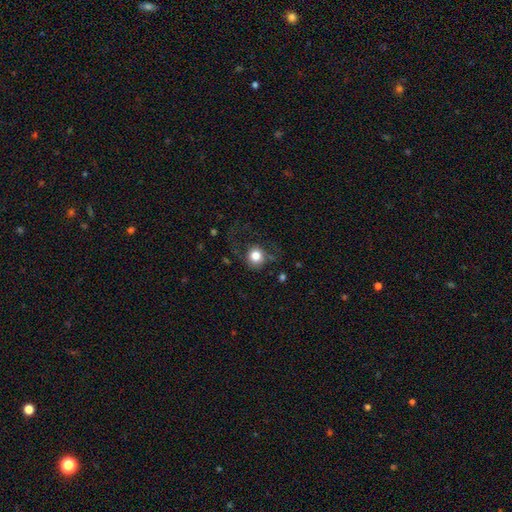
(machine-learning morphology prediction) This appears to be a smooth galaxy with no disk features (78%) that is round (88%). Merging: none (58%).